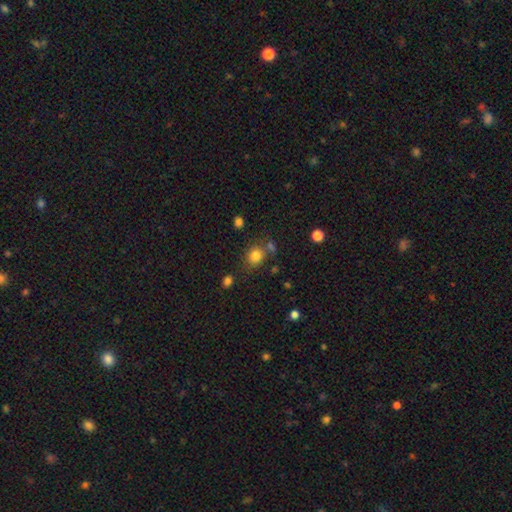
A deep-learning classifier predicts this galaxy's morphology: This appears to be a smooth galaxy with no disk features (81%) that is round (72%). Merging: none (71%).